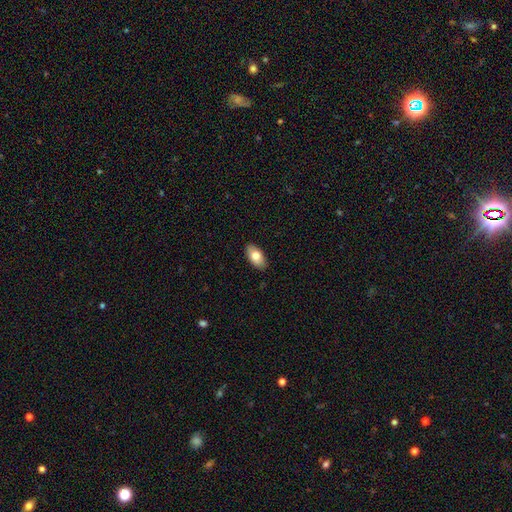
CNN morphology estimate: Smooth or featured?
  - smooth: 79% *
  - featured or disk: 15%
  - star or artifact: 6%
How rounded?
  - in between: 93% *
  - round: 3%
  - cigar-shaped: 3%
Merging?
  - none: 89% *
  - minor disturbance: 9%
  - major disturbance: 2%
  - merger: 1%